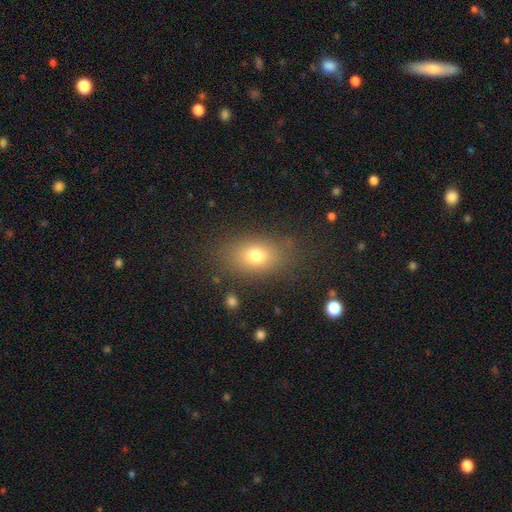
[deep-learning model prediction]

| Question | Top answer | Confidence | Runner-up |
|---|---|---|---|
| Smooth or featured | smooth | 75% | featured or disk (13%) |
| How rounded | in between | 79% | round (19%) |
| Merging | none | 81% | minor disturbance (12%) |